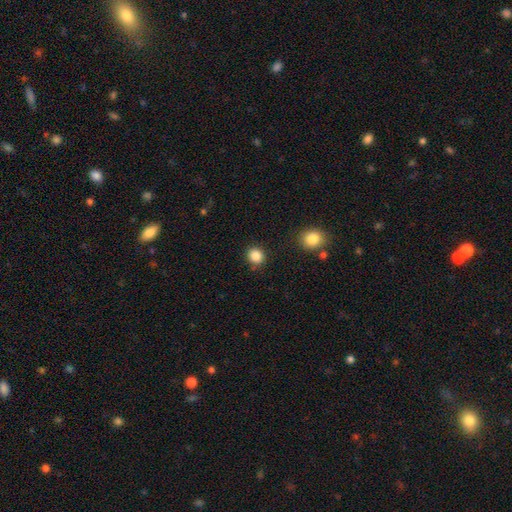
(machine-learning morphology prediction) The model was most divided on "how rounded": round: 81%, in between: 18%, cigar-shaped: 1%. More confident: merging — none (87%); smooth or featured — smooth (87%).